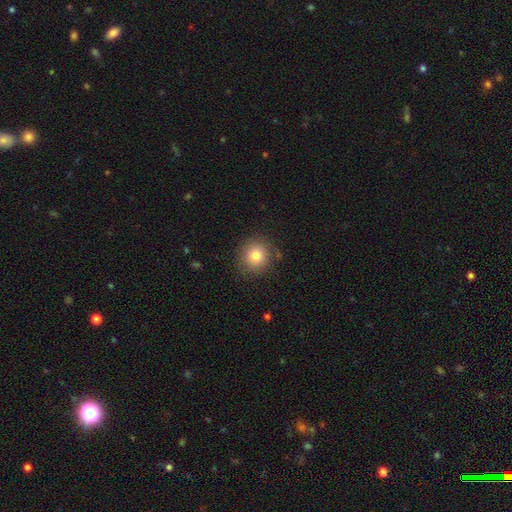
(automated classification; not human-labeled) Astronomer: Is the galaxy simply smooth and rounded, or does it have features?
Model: smooth — 80%.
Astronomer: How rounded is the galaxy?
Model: round — 90%.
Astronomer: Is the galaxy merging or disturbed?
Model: none — 84%.